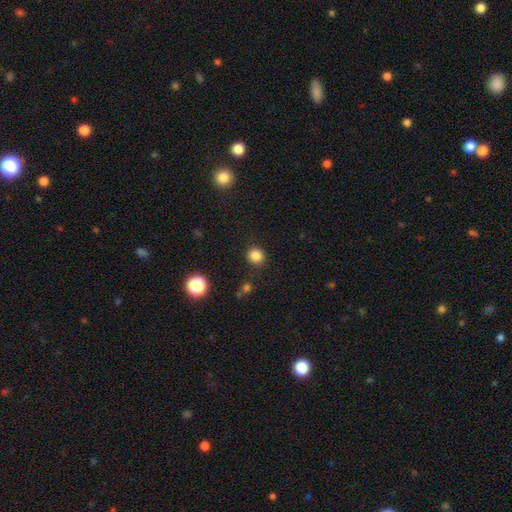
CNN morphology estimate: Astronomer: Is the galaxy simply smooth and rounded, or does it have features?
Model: smooth — 84%.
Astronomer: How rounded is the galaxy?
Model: round — 91%.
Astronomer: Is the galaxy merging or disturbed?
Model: none — 89%.